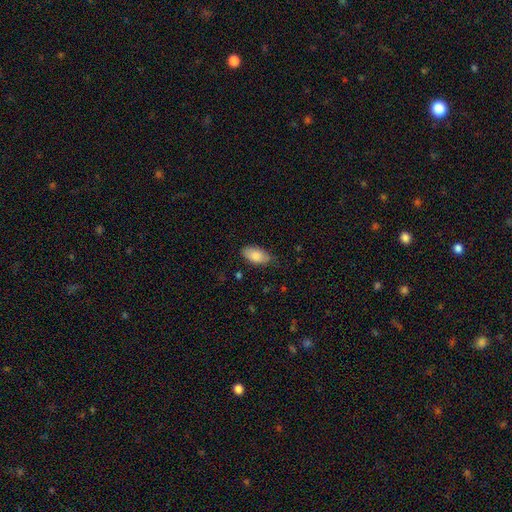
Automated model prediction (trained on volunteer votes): smooth 84%, featured or disk 10%, star or artifact 7%. Down the decision tree: how rounded — in between (93%); merging — none (74%).